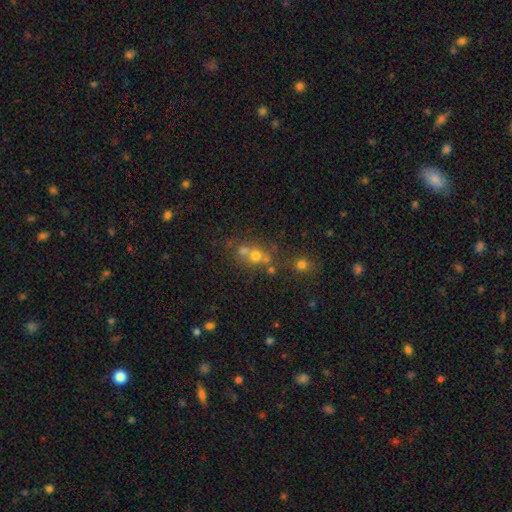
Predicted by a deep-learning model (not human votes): This appears to be a smooth galaxy with no disk features (61%) that is round (79%). Merging: none (46%).